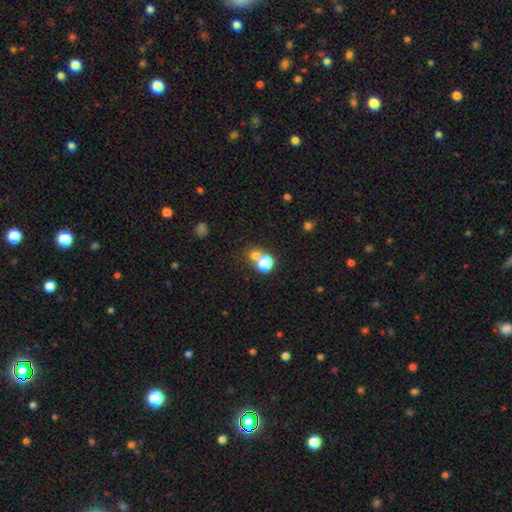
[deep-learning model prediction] Smooth or featured? Predicted: smooth (p=0.71). How rounded? Predicted: round (p=0.84). Merging? Predicted: none (p=0.51).